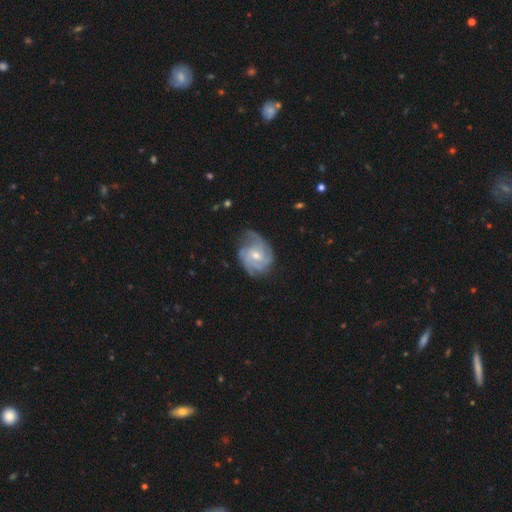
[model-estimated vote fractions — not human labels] smooth_or_featured: featured or disk (p=0.82) [alt: smooth p=0.12]
disk_edge_on: no (p=0.98) [alt: yes p=0.02]
bar: no (p=0.52) [alt: weak p=0.41]
has_spiral_arms: yes (p=0.94) [alt: no p=0.06]
spiral_winding: tight (p=0.48) [alt: medium p=0.38]
spiral_arm_count: can't tell (p=0.27) [tied with: 3 p=0.27]
bulge_size: moderate (p=0.53) [alt: small p=0.43]
merging: none (p=0.63) [alt: minor disturbance p=0.24]